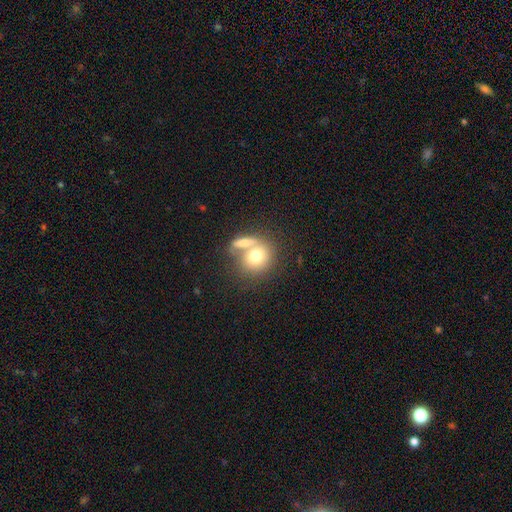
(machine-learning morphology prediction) Smooth or featured? Predicted: smooth (p=0.72). How rounded? Predicted: round (p=0.75). Merging? Predicted: merger (p=0.44).